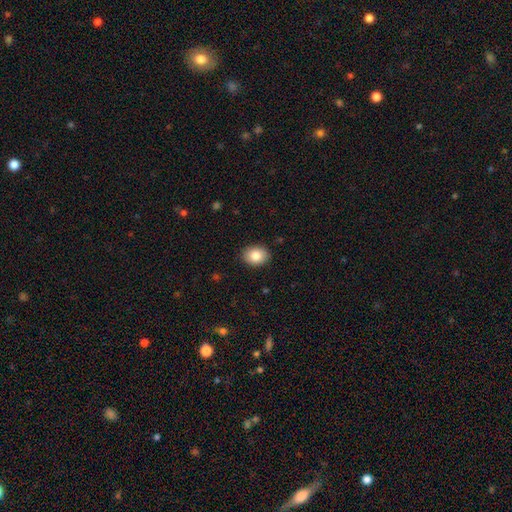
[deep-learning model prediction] A smooth galaxy with no disk features (85%) that is in between round and cigar-shaped (54%). Merging: none (89%).